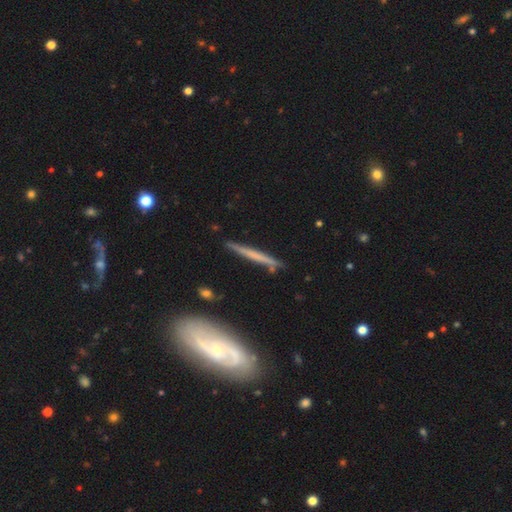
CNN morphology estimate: A featured or disk galaxy (57%) viewed edge-on (93%) with no central bulge (76%). Merging: none (85%).